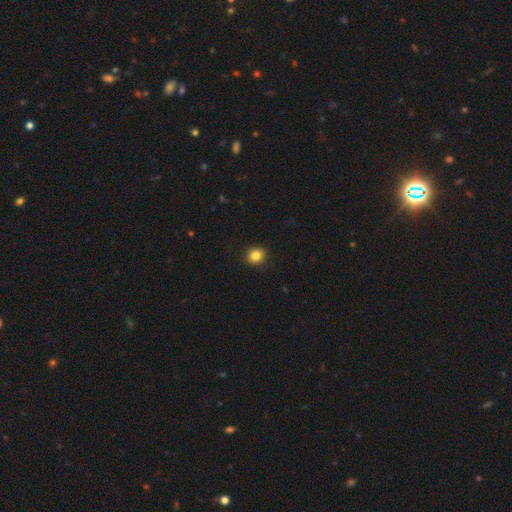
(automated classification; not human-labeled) This is clearly a smooth galaxy (85%). How rounded: clearly round (82%). Merging: clearly none (91%).